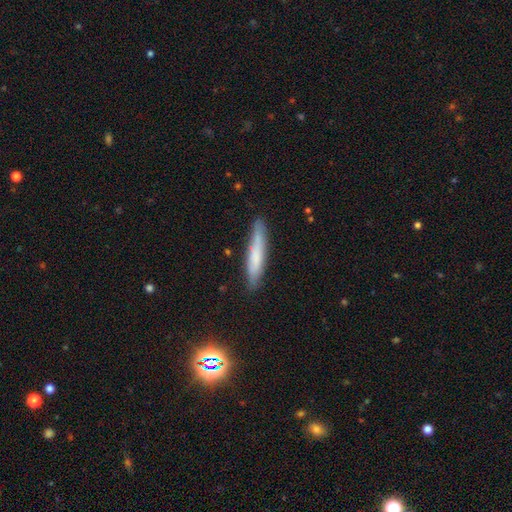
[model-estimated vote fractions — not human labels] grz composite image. It shows a smooth galaxy with no disk features (66%) that is cigar-shaped (91%). Merging: none (82%).